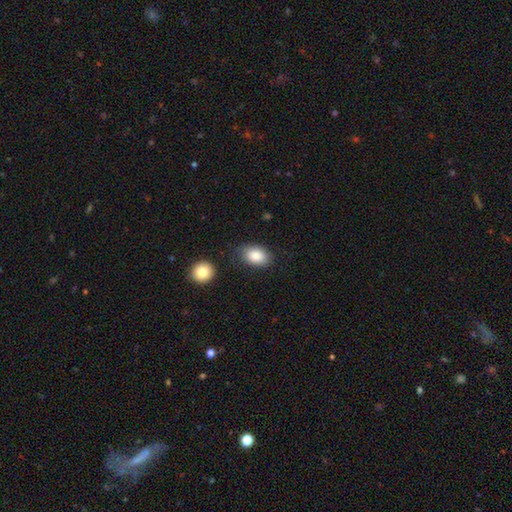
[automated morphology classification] This is clearly a smooth galaxy (87%). How rounded: clearly in between (84%). Merging: likely none (75%).